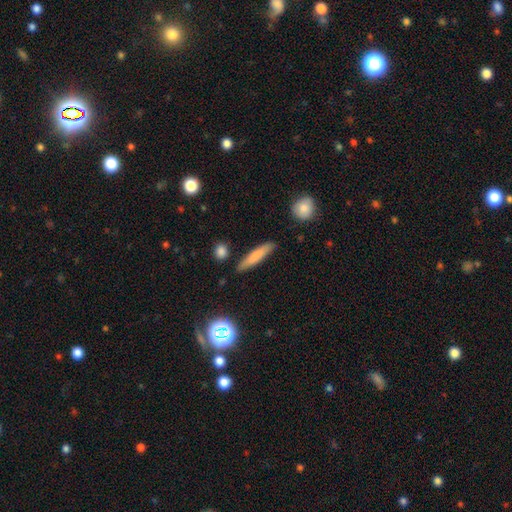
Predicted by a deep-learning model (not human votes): Morphology: type=smooth (74%); roundness=cigar-shaped (85%); merging=none (85%).